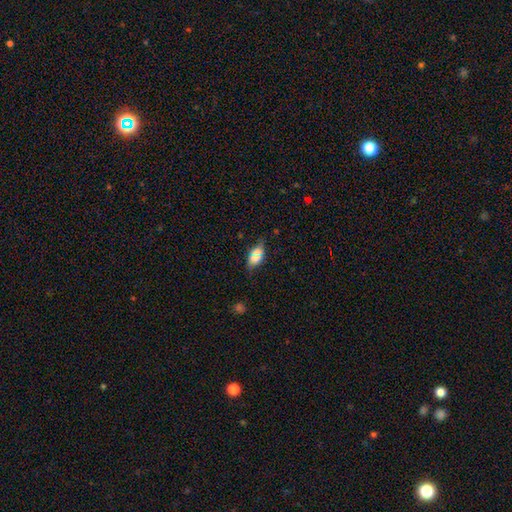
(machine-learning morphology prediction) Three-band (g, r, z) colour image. It shows a smooth galaxy with no disk features (73%) that is in between round and cigar-shaped (86%). Merging: none (65%).